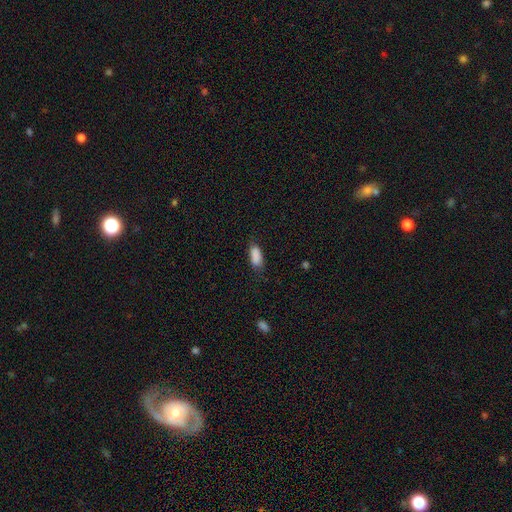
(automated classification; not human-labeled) Smooth or featured: smooth — 88% (star or artifact — 7%)
How rounded: in between — 85% (cigar-shaped — 13%)
Merging: none — 72% (minor disturbance — 21%)